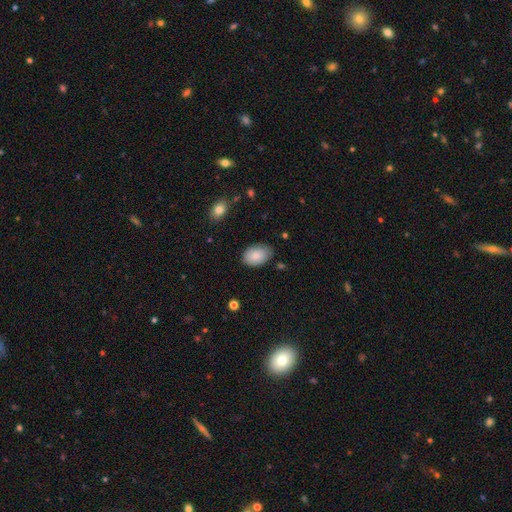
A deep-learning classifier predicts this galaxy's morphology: type=smooth (85%); roundness=in between (90%); merging=none (78%).